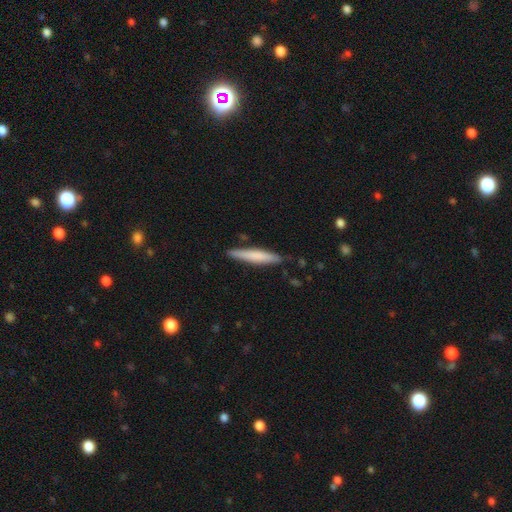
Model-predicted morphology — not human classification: smooth 67%, featured or disk 27%, star or artifact 6%. Down the decision tree: how rounded — cigar-shaped (93%); merging — none (85%).